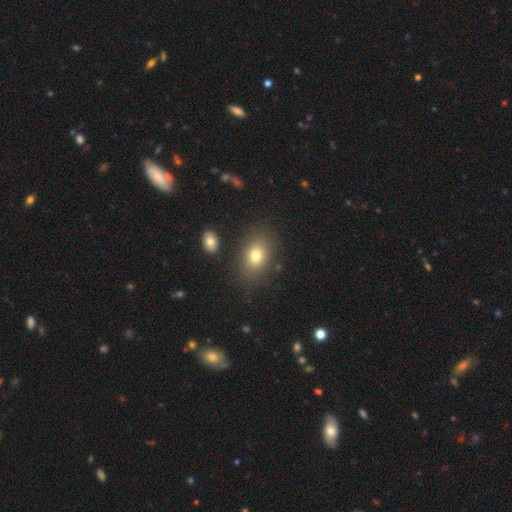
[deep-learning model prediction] smooth_or_featured: smooth (p=0.75) [alt: featured or disk p=0.13]
how_rounded: in between (p=0.74) [alt: round p=0.25]
merging: none (p=0.81) [alt: minor disturbance p=0.11]